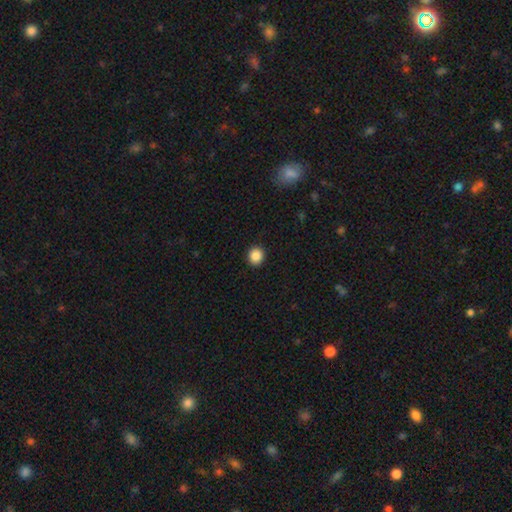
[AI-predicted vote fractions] Morphology: type=smooth (87%); roundness=round (85%); merging=none (92%).